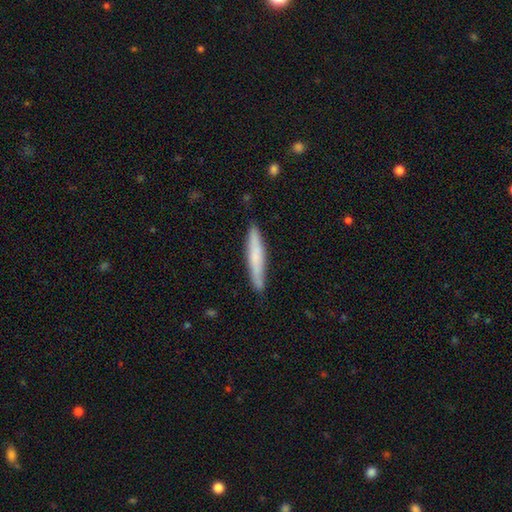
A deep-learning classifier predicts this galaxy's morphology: smooth_or_featured: smooth (p=0.64) [alt: featured or disk p=0.30]
how_rounded: cigar-shaped (p=0.93) [alt: in between p=0.05]
merging: none (p=0.85) [alt: minor disturbance p=0.12]